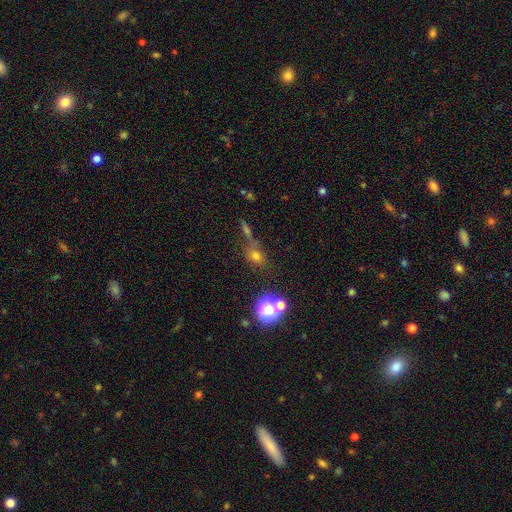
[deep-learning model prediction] Smooth or featured? smooth (59%)
How rounded? round (57%)
Merging? none (58%)